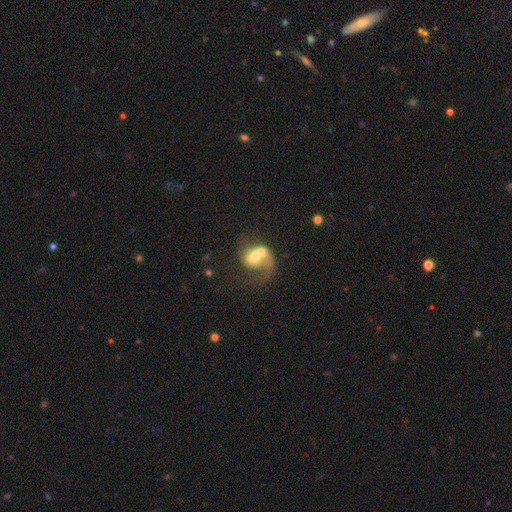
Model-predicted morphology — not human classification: The model was most divided on "bar": no: 51%, weak: 36%, strong: 12%. Remaining: edge-on disk — no (97%); spiral arms — yes (81%); smooth or featured — featured or disk (63%); bulge size — moderate (58%); merging — merger (44%).